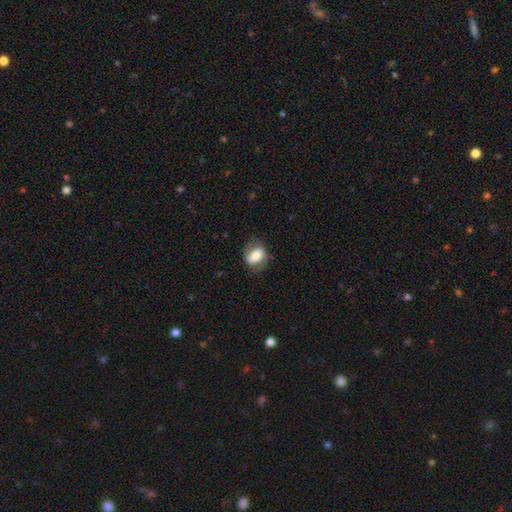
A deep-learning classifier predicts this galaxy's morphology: Overall: smooth (66%; featured or disk 27%). How rounded: in between (72%). Merging: none (67%).